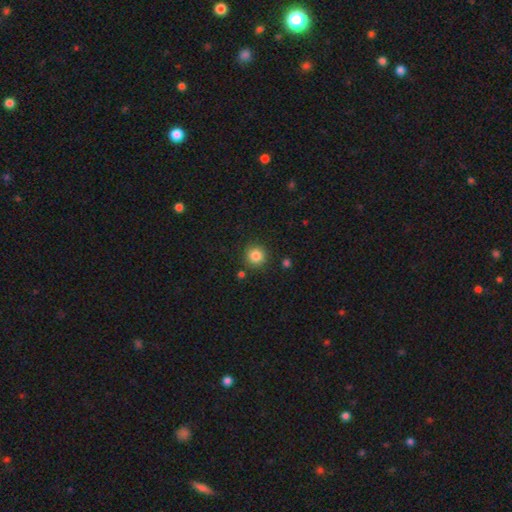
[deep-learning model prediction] Smooth or featured? Predicted: smooth (p=0.85). How rounded? Predicted: round (p=0.94). Merging? Predicted: none (p=0.88).